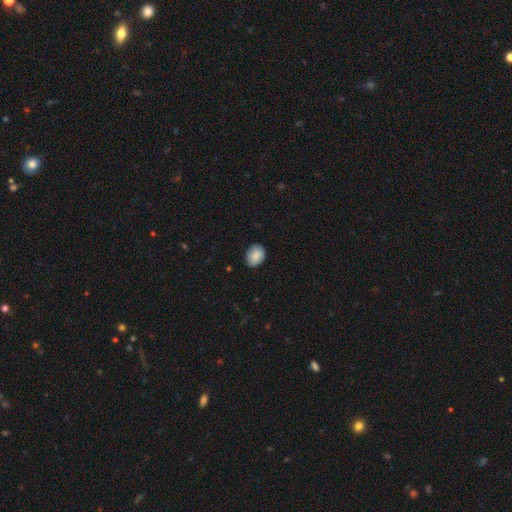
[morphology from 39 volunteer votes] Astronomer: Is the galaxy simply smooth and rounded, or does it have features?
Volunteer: smooth — 85%.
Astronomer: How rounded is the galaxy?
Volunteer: in between — 61% (runner-up: round, 39%).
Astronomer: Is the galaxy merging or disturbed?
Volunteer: none — 81%.